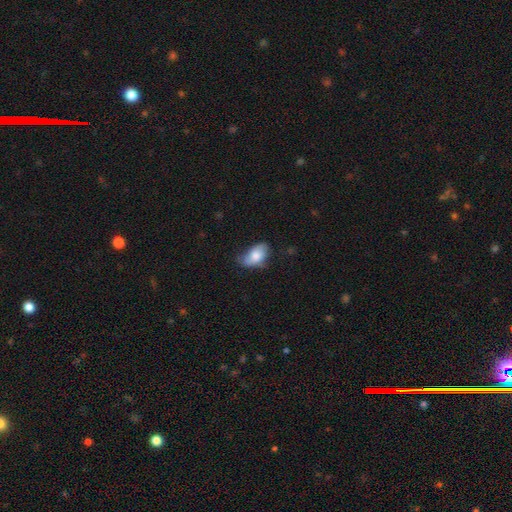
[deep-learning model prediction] smooth_or_featured: smooth (p=0.74) [alt: featured or disk p=0.19]
how_rounded: in between (p=0.91) [alt: round p=0.07]
merging: none (p=0.42) [alt: minor disturbance p=0.40]